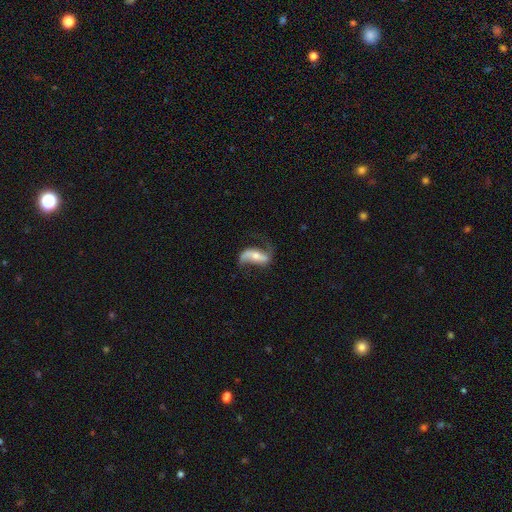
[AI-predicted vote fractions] This appears to be a featured or disk galaxy (82%) with a strong bar (44%), 2 (89%) loose (76%) spiral arms (93%) and a moderate central bulge (47%). Merging: none (65%).